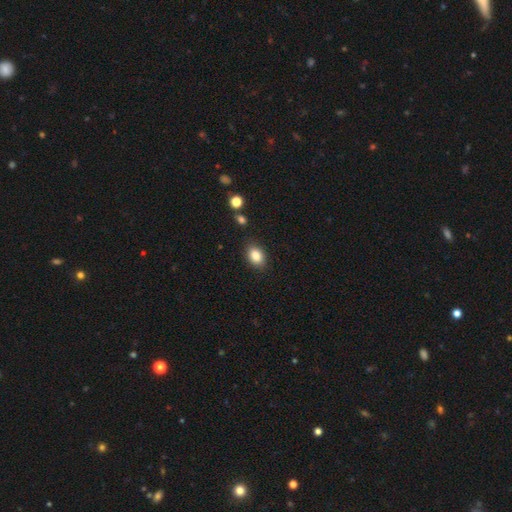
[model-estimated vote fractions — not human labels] Overall: smooth (85%). How rounded: in between (76%). Merging: none (85%).